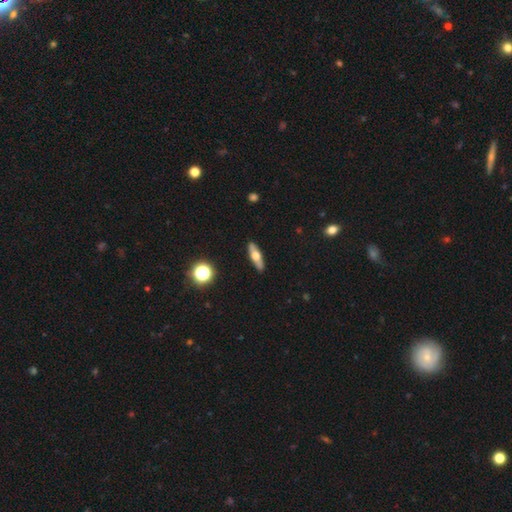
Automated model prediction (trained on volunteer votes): This is possibly a smooth galaxy (47%). Merging: clearly none (90%).